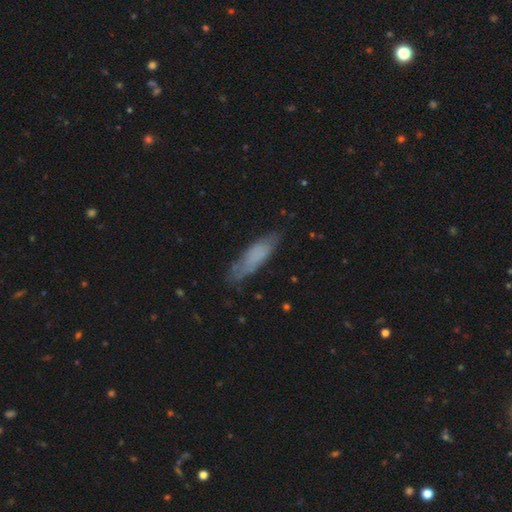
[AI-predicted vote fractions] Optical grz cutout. It shows a smooth galaxy with no disk features (69%) that is cigar-shaped (60%). Merging: none (69%).